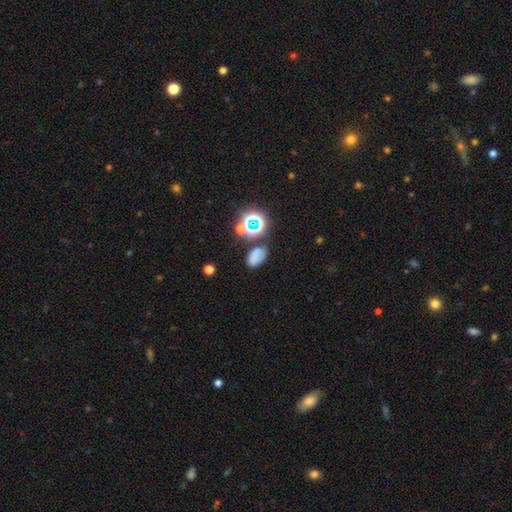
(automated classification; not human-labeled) smooth-or-featured: smooth: 64% | star or artifact: 25% | featured or disk: 12%
  how-rounded: in between: 83% | round: 15% | cigar-shaped: 2%
  merging: none: 64% | minor disturbance: 20% | merger: 8% | major disturbance: 8%